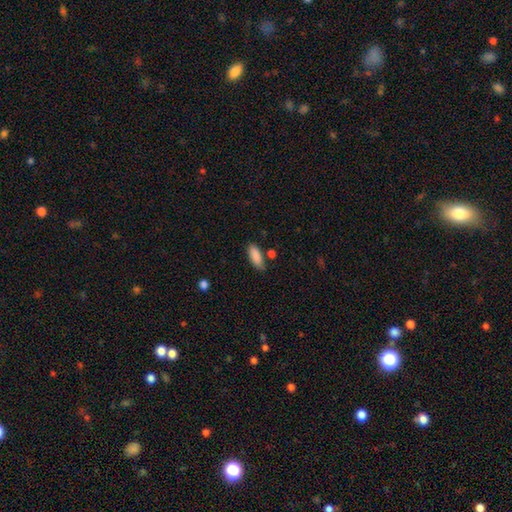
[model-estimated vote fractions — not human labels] Smooth or featured: smooth — 88% (star or artifact — 7%)
How rounded: in between — 78% (cigar-shaped — 20%)
Merging: none — 73% (minor disturbance — 17%)